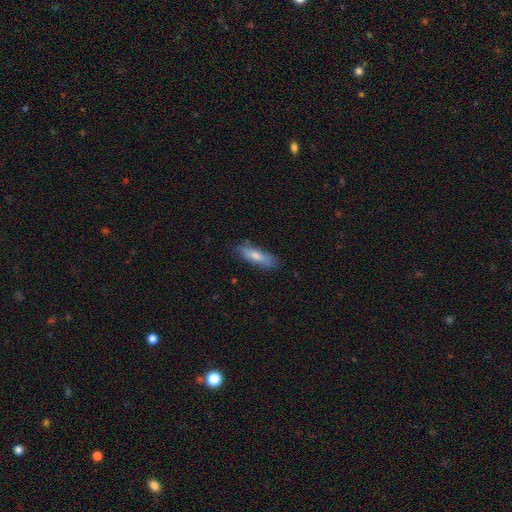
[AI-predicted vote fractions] smooth 76%, featured or disk 18%, star or artifact 6%. Down the decision tree: how rounded — cigar-shaped (58%); merging — none (78%).